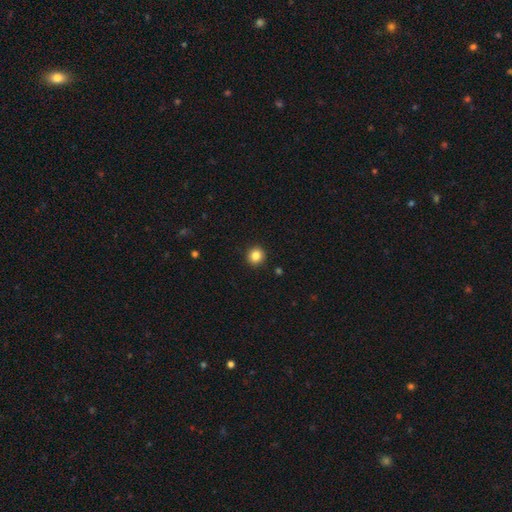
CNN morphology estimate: Smooth or featured? Predicted: smooth (p=0.85). How rounded? Predicted: round (p=0.94). Merging? Predicted: none (p=0.93).